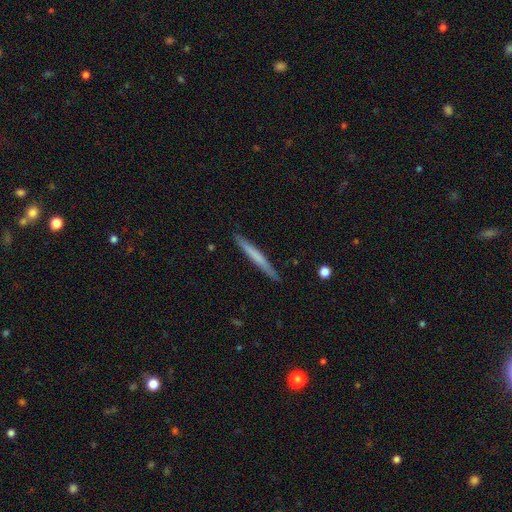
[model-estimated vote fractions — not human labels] Smooth or featured? Predicted: smooth (p=0.61). How rounded? Predicted: cigar-shaped (p=0.97). Merging? Predicted: none (p=0.90).